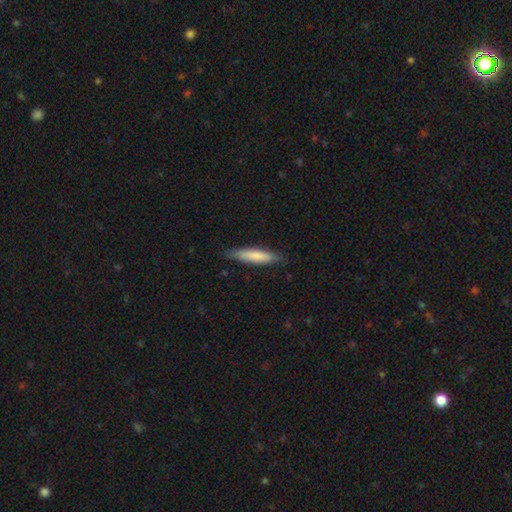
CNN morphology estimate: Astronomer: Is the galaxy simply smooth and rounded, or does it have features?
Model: smooth — 77%.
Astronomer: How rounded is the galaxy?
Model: cigar-shaped — 84%.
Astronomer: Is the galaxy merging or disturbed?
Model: none — 83%.